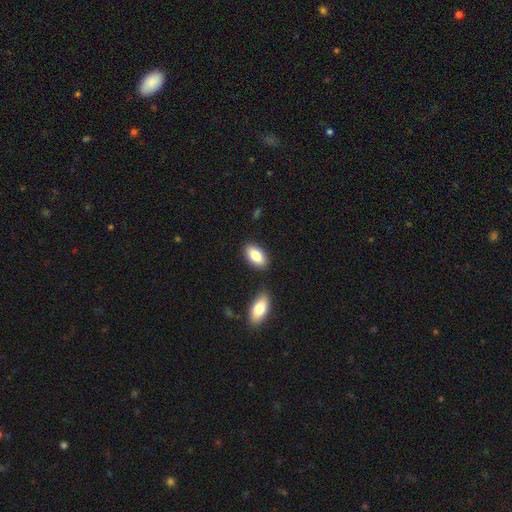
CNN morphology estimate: type=smooth (85%); roundness=in between (92%); merging=none (81%).